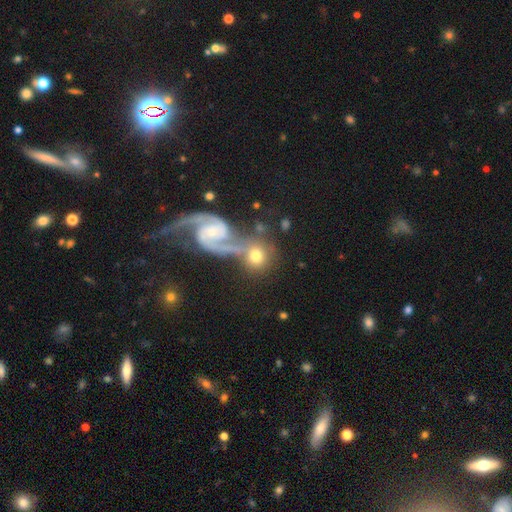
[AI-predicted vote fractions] Smooth or featured: smooth — 50% (featured or disk — 41%)
Merging: none — 45% (merger — 37%)